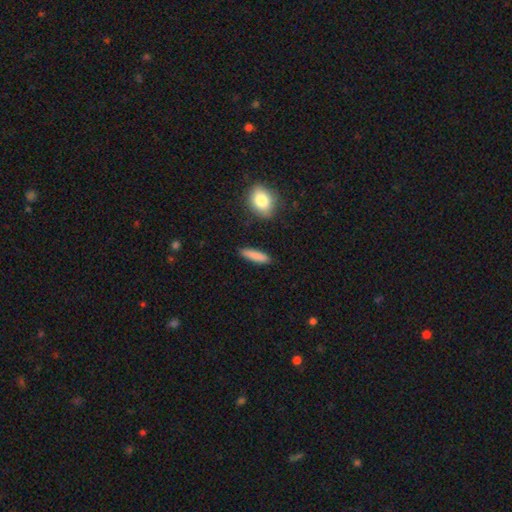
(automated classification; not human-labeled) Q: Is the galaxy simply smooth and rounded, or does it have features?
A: smooth — 85%.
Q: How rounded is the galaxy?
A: cigar-shaped — 75%.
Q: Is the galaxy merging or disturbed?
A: none — 87%.